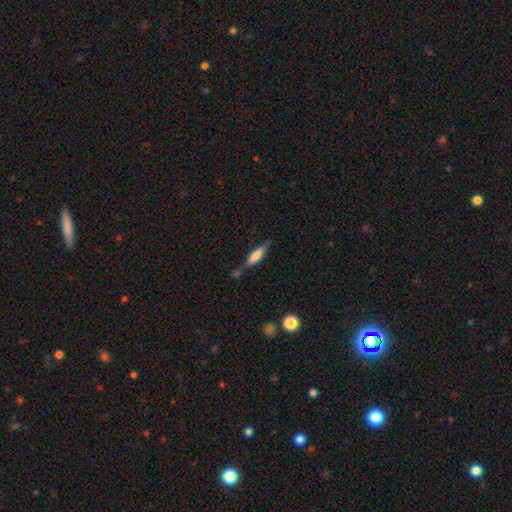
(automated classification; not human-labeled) A smooth galaxy with no disk features (56%) that is cigar-shaped (65%).

Vote fractions:
- Smooth or featured? smooth: 56% / featured or disk: 36% / star or artifact: 8%
- How rounded? cigar-shaped: 65% / in between: 33% / round: 2%
- Merging? none: 62% / minor disturbance: 20% / merger: 11% / major disturbance: 7%